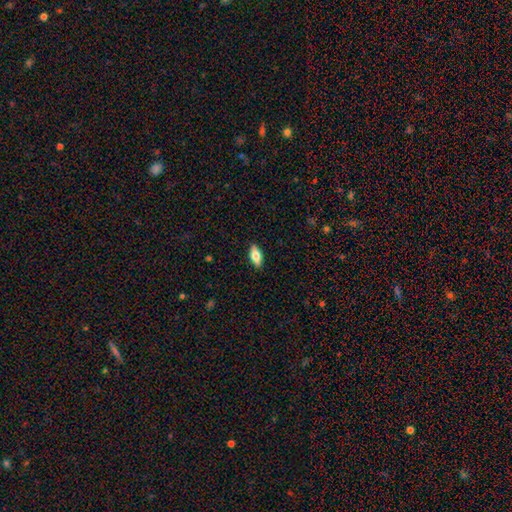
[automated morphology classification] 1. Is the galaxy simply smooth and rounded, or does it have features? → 68% smooth, 25% featured or disk, 7% star or artifact.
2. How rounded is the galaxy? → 80% in between, 17% cigar-shaped, 3% round.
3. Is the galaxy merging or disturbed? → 89% none, 8% minor disturbance, 2% major disturbance, 1% merger.